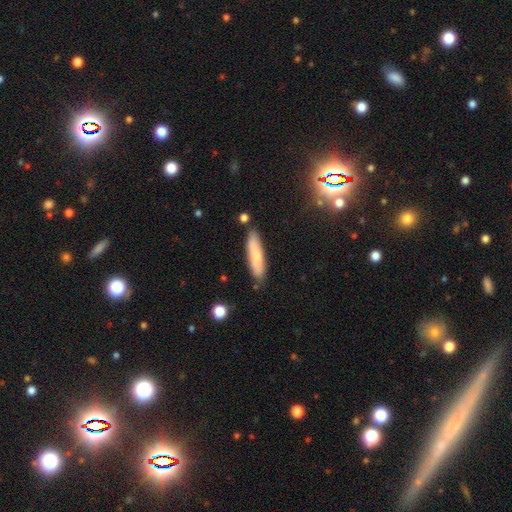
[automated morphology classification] Smooth or featured?
  - smooth: 74% *
  - featured or disk: 19%
  - star or artifact: 7%
How rounded?
  - cigar-shaped: 79% *
  - in between: 19%
  - round: 1%
Merging?
  - none: 82% *
  - minor disturbance: 12%
  - merger: 3%
  - major disturbance: 2%